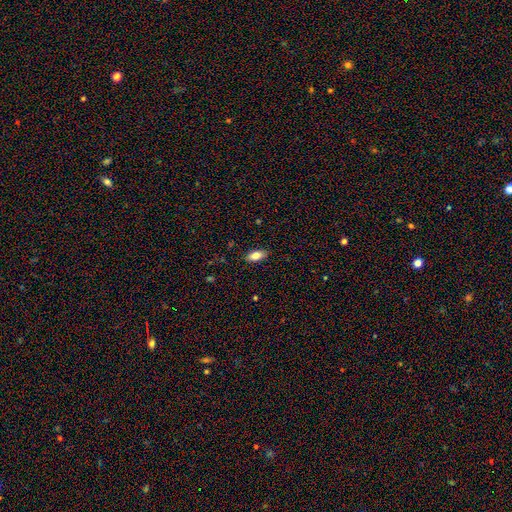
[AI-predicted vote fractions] Overall: smooth (78%). How rounded: in between (86%). Merging: none (88%).